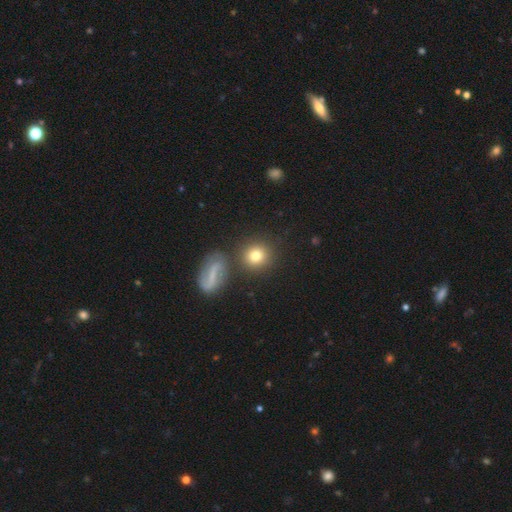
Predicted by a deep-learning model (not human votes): Q: Smooth or featured?
A: smooth (78%); runner-up: featured or disk (12%)
Q: How rounded?
A: round (88%); runner-up: in between (10%)
Q: Merging?
A: none (78%); runner-up: merger (10%)